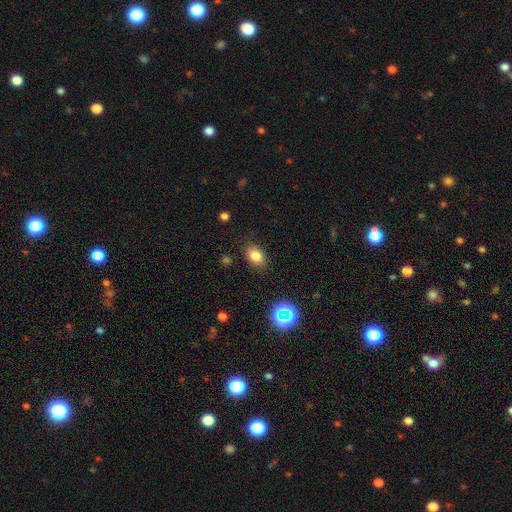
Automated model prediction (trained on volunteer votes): Q: Smooth or featured?
A: smooth (80%); runner-up: star or artifact (13%)
Q: How rounded?
A: in between (80%); runner-up: round (18%)
Q: Merging?
A: none (84%); runner-up: minor disturbance (12%)